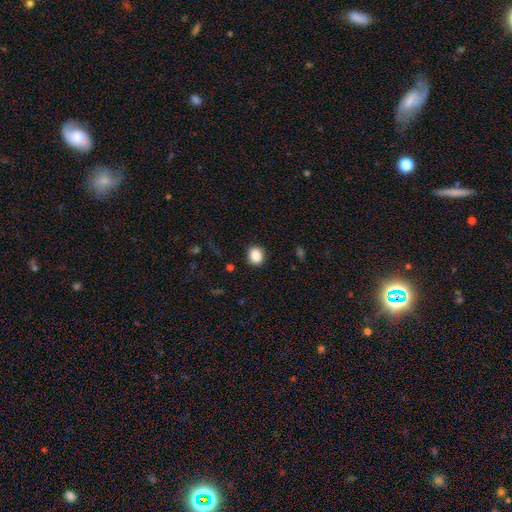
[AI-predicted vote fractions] smooth 87%, star or artifact 9%, featured or disk 4%. Down the decision tree: how rounded — round (65%); merging — none (87%).